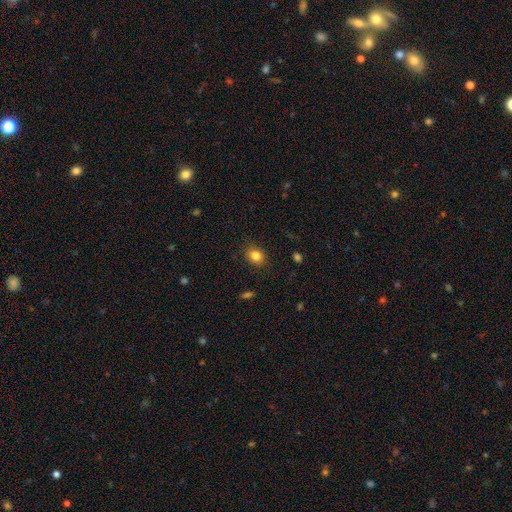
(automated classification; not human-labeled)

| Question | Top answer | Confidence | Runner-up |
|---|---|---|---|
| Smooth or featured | smooth | 83% | star or artifact (11%) |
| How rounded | round | 52% | in between (47%) |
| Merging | none | 86% | minor disturbance (10%) |